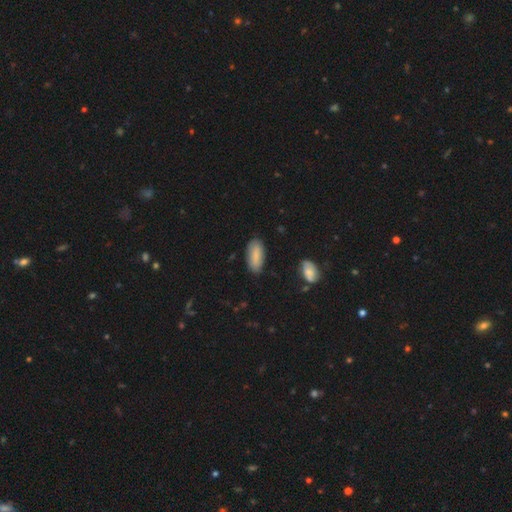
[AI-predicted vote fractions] The model was most divided on "how rounded": in between: 81%, cigar-shaped: 17%, round: 2%. More confident: smooth or featured — smooth (84%); merging — none (82%).